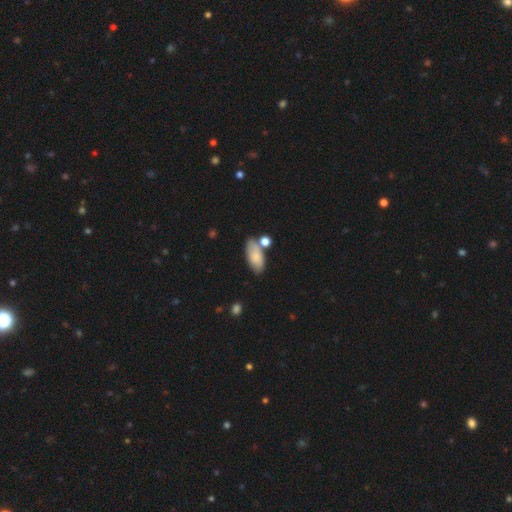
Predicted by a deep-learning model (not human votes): A smooth galaxy with no disk features (82%) that is in between round and cigar-shaped (89%). Merging: none (64%).